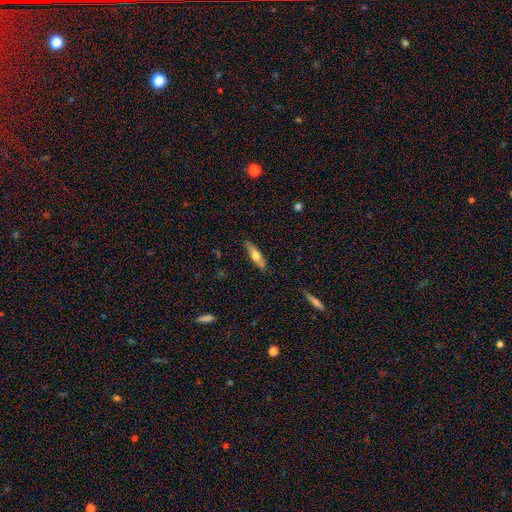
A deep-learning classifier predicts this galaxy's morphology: smooth 60%, featured or disk 34%, star or artifact 6%. Down the decision tree: how rounded — cigar-shaped (62%); merging — none (83%).